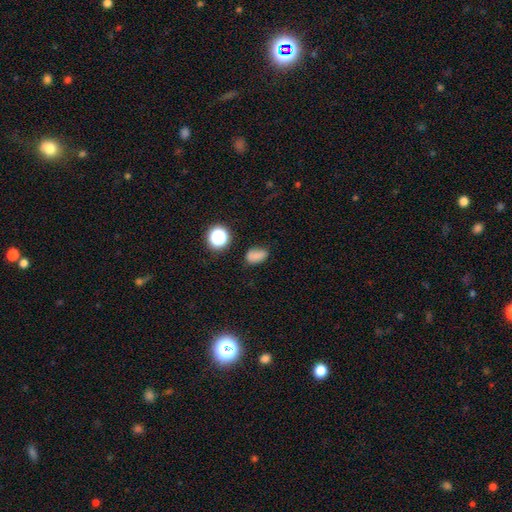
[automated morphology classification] smooth-or-featured: smooth: 78% | star or artifact: 16% | featured or disk: 6%
  how-rounded: in between: 81% | round: 17% | cigar-shaped: 2%
  merging: none: 70% | minor disturbance: 21% | major disturbance: 5% | merger: 3%